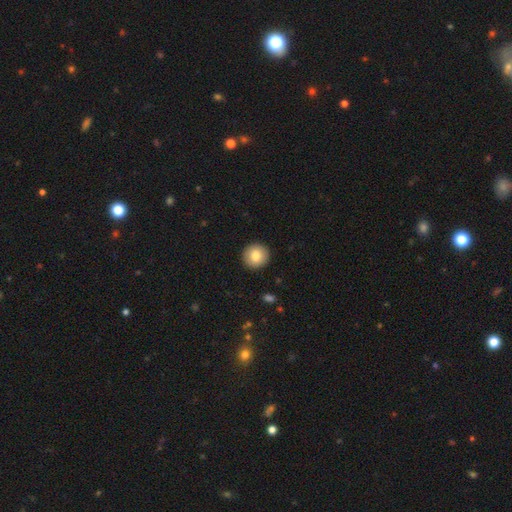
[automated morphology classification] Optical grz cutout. It shows a smooth galaxy with no disk features (81%) that is round (94%). Merging: none (93%).